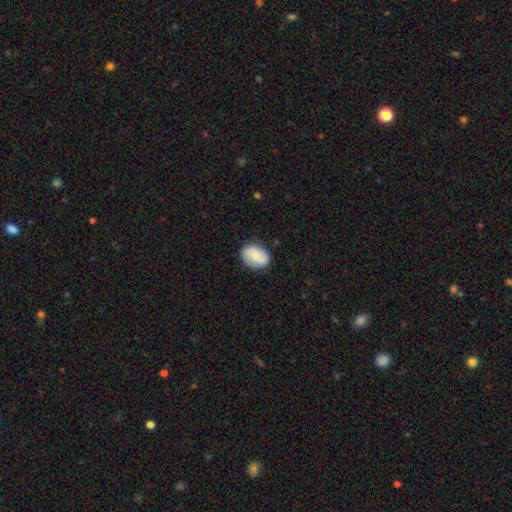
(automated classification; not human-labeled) Q: Smooth or featured?
A: smooth (63%); runner-up: featured or disk (30%)
Q: How rounded?
A: in between (71%); runner-up: round (28%)
Q: Merging?
A: none (81%); runner-up: minor disturbance (15%)